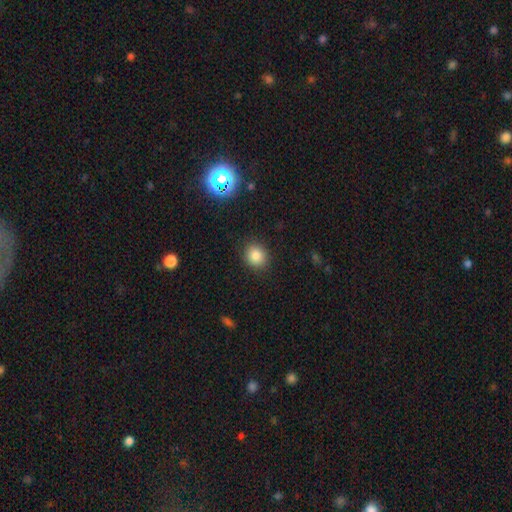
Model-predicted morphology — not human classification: The model was most divided on "how rounded": round: 74%, in between: 25%, cigar-shaped: 1%. More confident: merging — none (88%); smooth or featured — smooth (84%).